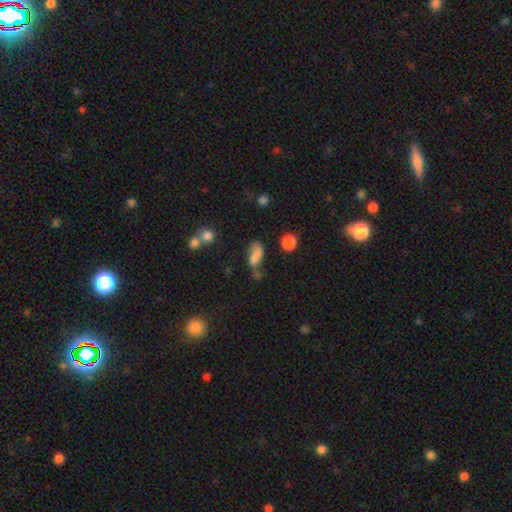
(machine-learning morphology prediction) Smooth or featured? smooth (68%)
How rounded? in between (81%)
Merging? none (41%)